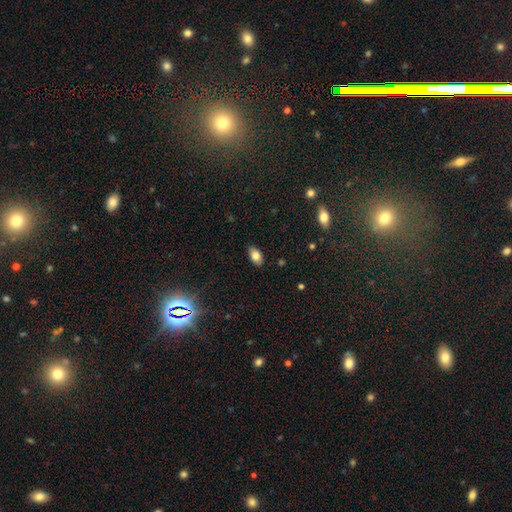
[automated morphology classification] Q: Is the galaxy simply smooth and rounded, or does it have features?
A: smooth — 80%.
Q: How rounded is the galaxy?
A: in between — 92%.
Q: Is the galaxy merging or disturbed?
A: none — 88%.